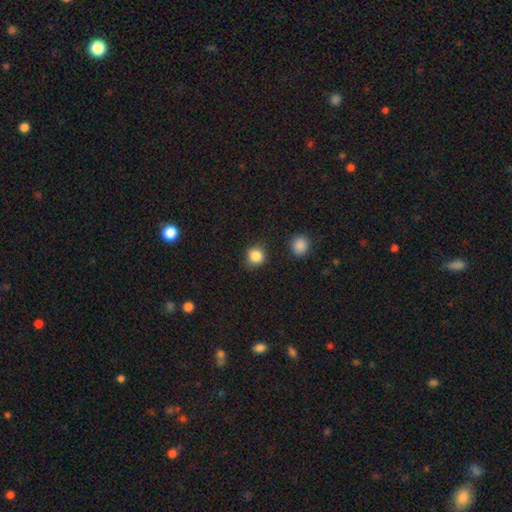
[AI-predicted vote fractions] Q: Smooth or featured?
A: smooth (86%); runner-up: star or artifact (11%)
Q: How rounded?
A: round (89%); runner-up: in between (10%)
Q: Merging?
A: none (85%); runner-up: minor disturbance (9%)